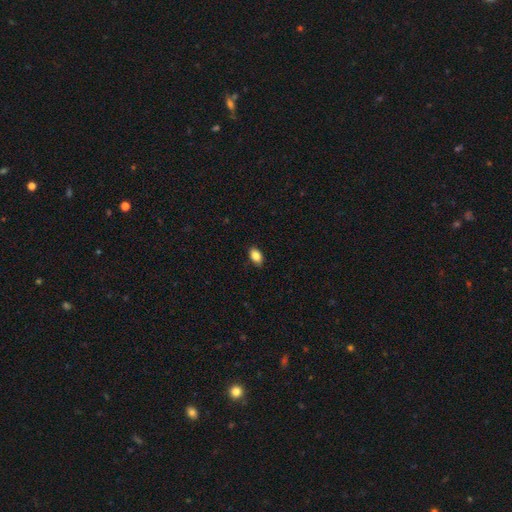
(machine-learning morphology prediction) Overall: smooth (86%). How rounded: in between (88%). Merging: none (88%).